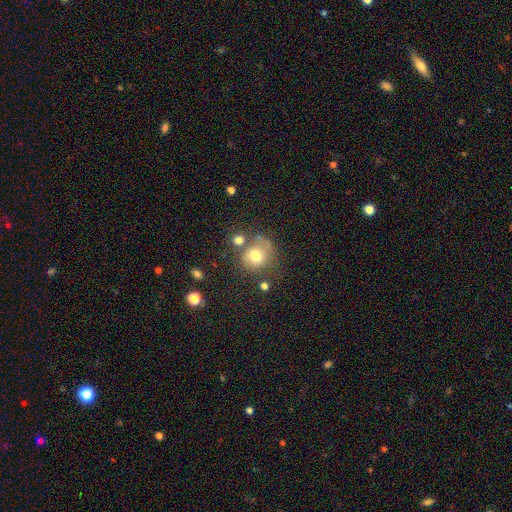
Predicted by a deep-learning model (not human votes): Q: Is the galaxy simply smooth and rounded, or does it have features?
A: smooth — 71%.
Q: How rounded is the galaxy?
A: round — 81%.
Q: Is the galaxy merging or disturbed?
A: none — 54%.